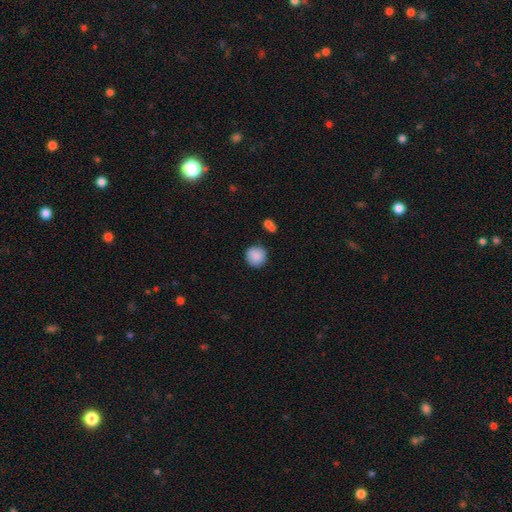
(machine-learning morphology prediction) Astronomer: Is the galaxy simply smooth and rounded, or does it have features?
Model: smooth — 88%.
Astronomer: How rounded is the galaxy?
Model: round — 93%.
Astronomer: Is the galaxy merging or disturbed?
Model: none — 86%.